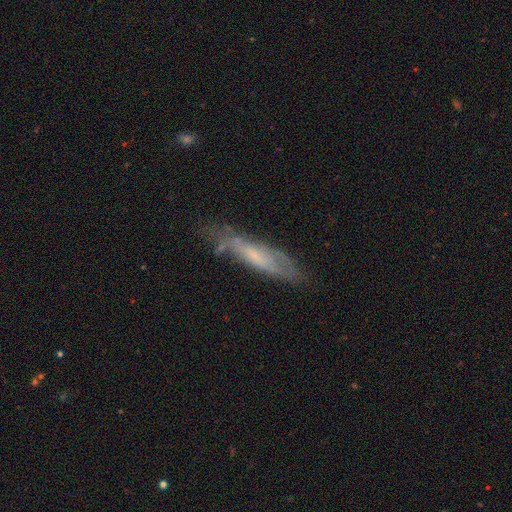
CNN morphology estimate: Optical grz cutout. It shows a featured or disk galaxy (56%). Merging: none (60%).